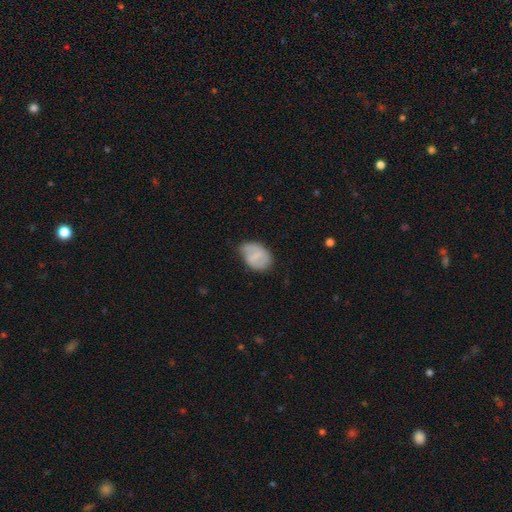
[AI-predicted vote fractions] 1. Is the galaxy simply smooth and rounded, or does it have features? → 55% smooth, 38% featured or disk, 7% star or artifact.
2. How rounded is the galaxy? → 77% in between, 21% round, 1% cigar-shaped.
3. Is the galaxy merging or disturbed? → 55% none, 33% minor disturbance, 9% major disturbance, 2% merger.